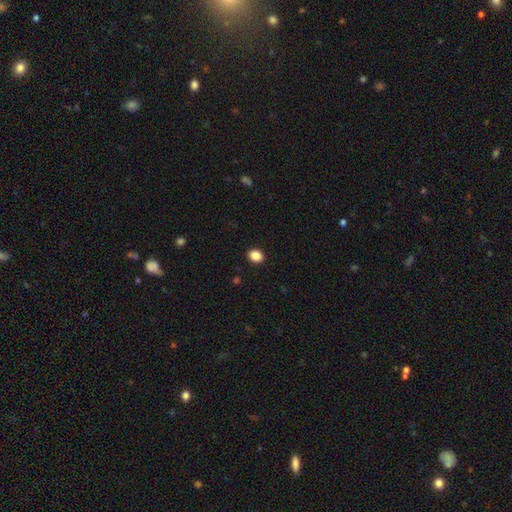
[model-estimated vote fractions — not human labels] Overall: smooth (88%). How rounded: round (55%; in between 45%). Merging: none (92%).